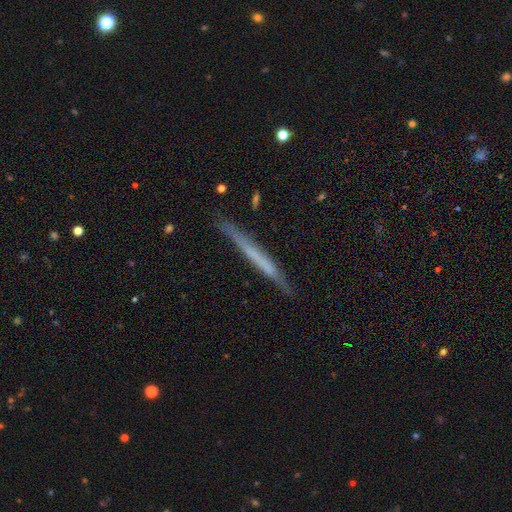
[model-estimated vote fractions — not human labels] Morphology: type=featured or disk (54%); edge-on=yes (96%); edge-on bulge=none (89%); merging=none (87%).